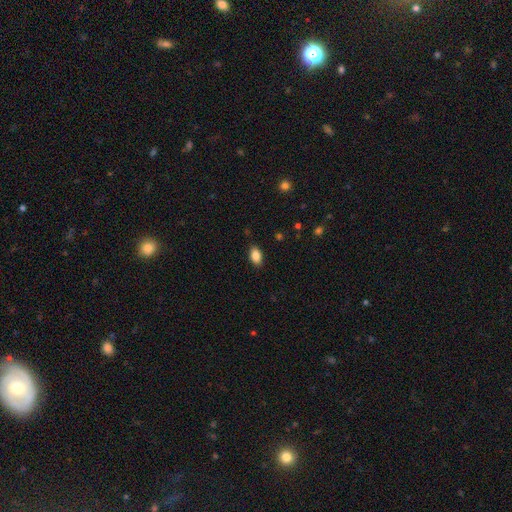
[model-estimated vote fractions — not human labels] smooth_or_featured: smooth (p=0.87) [alt: star or artifact p=0.08]
how_rounded: in between (p=0.91) [alt: round p=0.06]
merging: none (p=0.87) [alt: minor disturbance p=0.10]